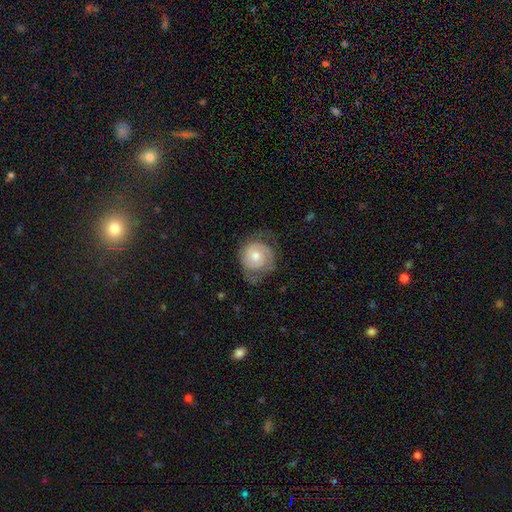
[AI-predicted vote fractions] smooth_or_featured: featured or disk (p=0.64) [alt: smooth p=0.30]
disk_edge_on: no (p=0.97) [alt: yes p=0.03]
bar: no (p=0.77) [alt: weak p=0.20]
has_spiral_arms: yes (p=0.84) [alt: no p=0.16]
spiral_winding: tight (p=0.55) [alt: medium p=0.31]
spiral_arm_count: 2 (p=0.59) [alt: can't tell p=0.20]
bulge_size: moderate (p=0.56) [alt: small p=0.36]
merging: none (p=0.57) [alt: minor disturbance p=0.25]